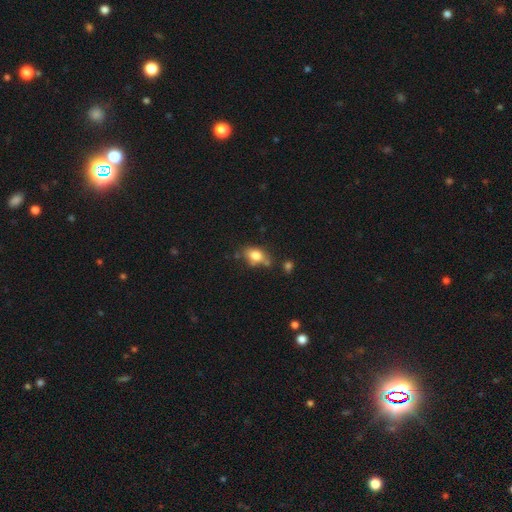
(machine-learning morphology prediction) Smooth or featured? smooth (78%)
How rounded? in between (75%)
Merging? none (56%)